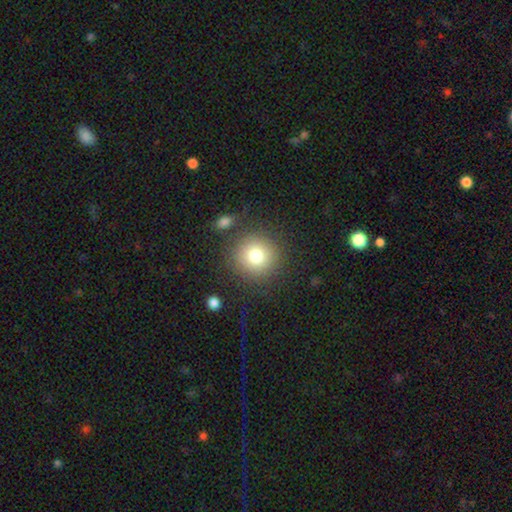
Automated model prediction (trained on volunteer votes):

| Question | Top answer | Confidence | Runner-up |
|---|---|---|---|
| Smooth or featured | smooth | 79% | star or artifact (11%) |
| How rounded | round | 93% | in between (6%) |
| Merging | none | 84% | minor disturbance (8%) |